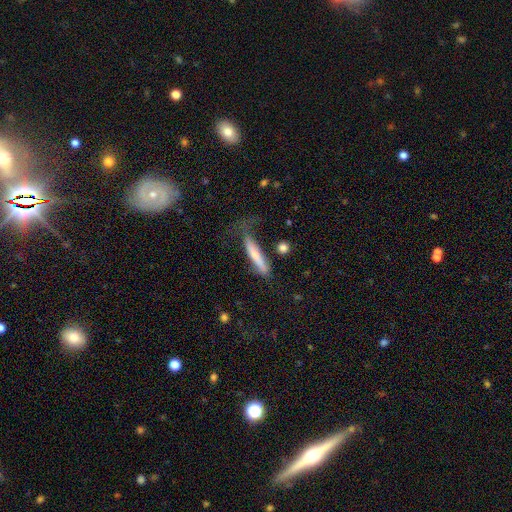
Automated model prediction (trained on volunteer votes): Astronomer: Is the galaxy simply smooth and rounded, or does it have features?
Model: smooth — 61%.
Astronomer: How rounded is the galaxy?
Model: cigar-shaped — 86%.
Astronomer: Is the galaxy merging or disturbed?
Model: none — 43% (runner-up: minor disturbance, 27%).